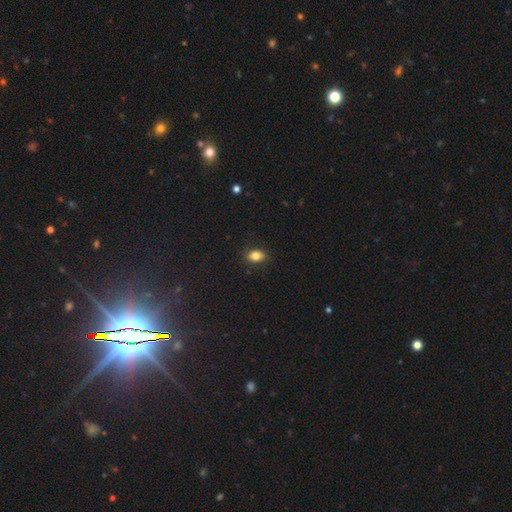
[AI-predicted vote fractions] Smooth or featured: smooth — 82% (star or artifact — 10%)
How rounded: in between — 81% (round — 16%)
Merging: none — 87% (minor disturbance — 10%)